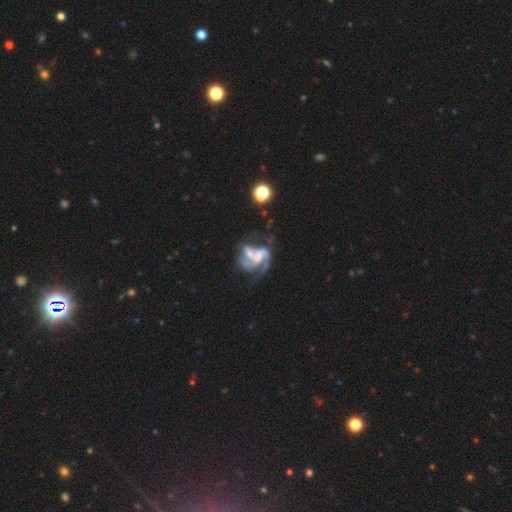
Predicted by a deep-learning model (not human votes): The model was most divided on "bulge size": moderate: 34%, small: 32%, none: 24%, large: 8%, dominant: 2%. Remaining: edge-on disk — no (98%); spiral arms — yes (86%); smooth or featured — featured or disk (80%); bar — no (53%); spiral winding — medium (46%); spiral arm count — 2 (42%); merging — merger (35%).